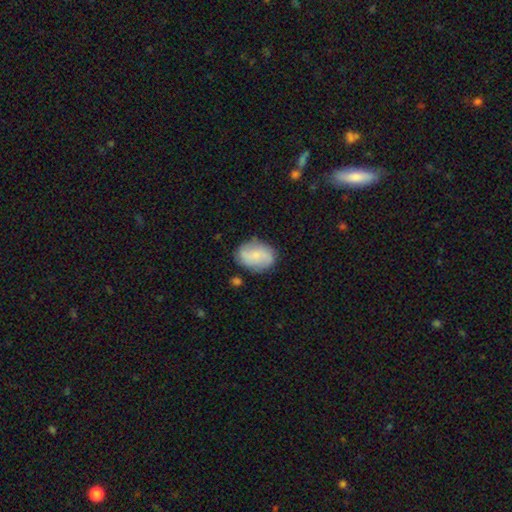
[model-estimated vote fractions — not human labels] The model was most divided on "smooth or featured": smooth: 52%, featured or disk: 41%, star or artifact: 8%. More confident: merging — none (74%); how rounded — in between (69%).